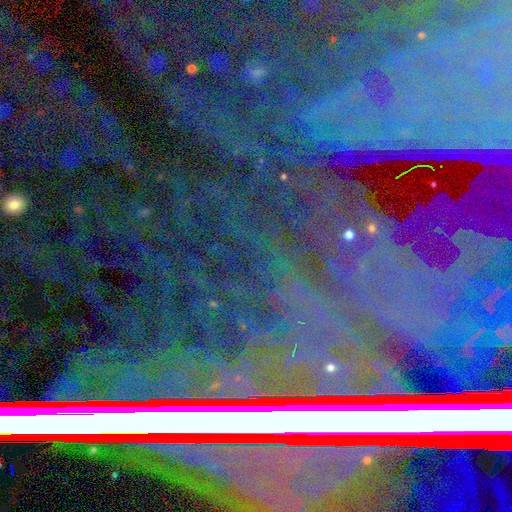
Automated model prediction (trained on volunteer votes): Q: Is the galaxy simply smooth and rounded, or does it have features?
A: star or artifact — 82%.